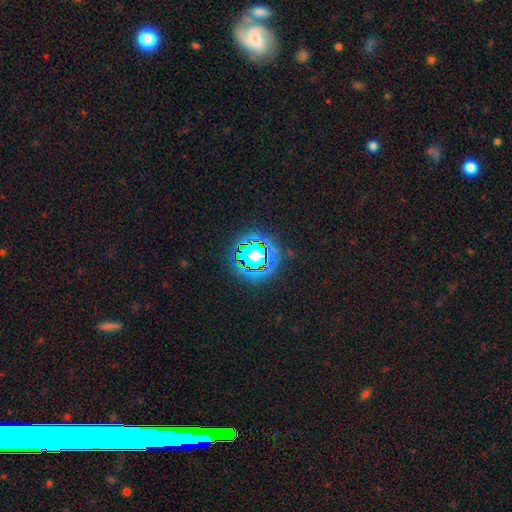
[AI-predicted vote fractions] This is possibly a star or artifact rather than a galaxy (56%).